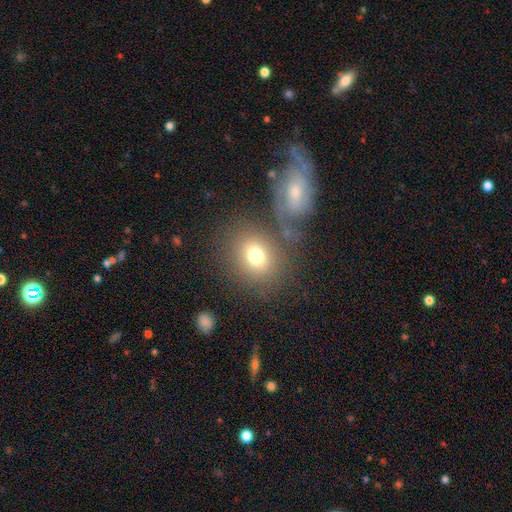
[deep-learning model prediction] A smooth galaxy with no disk features (74%) that is round (56%). Merging: none (58%).